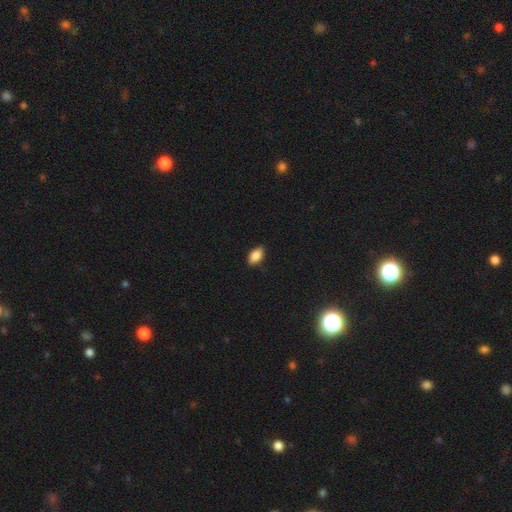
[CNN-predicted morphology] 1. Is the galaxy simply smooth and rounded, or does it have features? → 86% smooth, 8% star or artifact, 6% featured or disk.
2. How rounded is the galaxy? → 92% in between, 5% round, 4% cigar-shaped.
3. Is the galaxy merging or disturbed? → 86% none, 11% minor disturbance, 2% major disturbance, 1% merger.